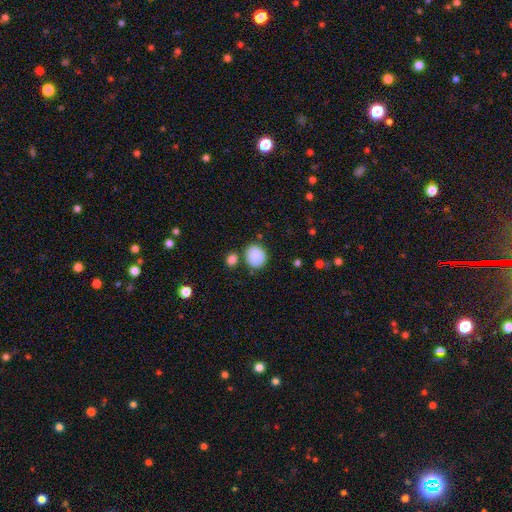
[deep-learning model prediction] This is clearly a smooth galaxy (87%). How rounded: likely round (62%). Merging: likely none (72%).